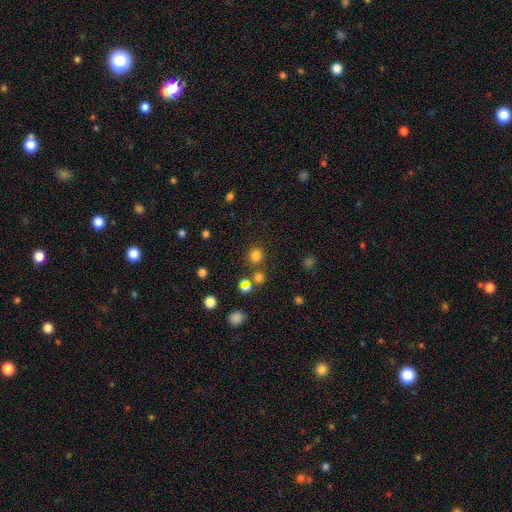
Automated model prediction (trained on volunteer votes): Smooth or featured? Predicted: smooth (p=0.77). How rounded? Predicted: round (p=0.86). Merging? Predicted: none (p=0.79).